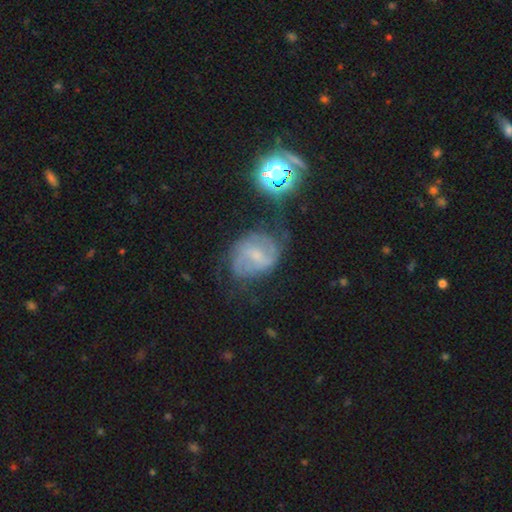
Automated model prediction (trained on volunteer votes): A featured or disk galaxy (68%) with a weak bar (56%), 2 (70%) medium (47%) spiral arms (87%) and a small central bulge (57%). Merging: none (54%).